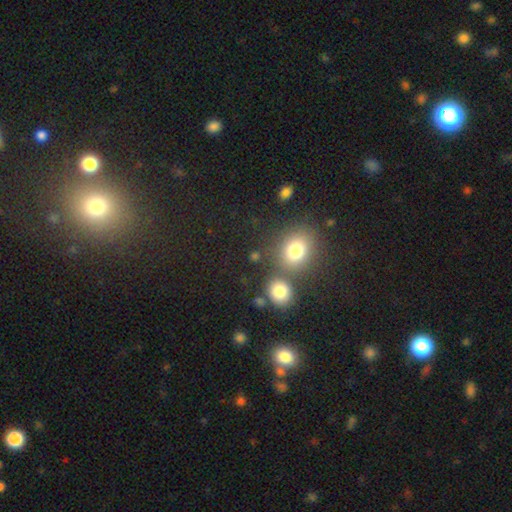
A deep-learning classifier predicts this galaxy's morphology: This is likely a smooth galaxy (75%). How rounded: likely round (65%). Merging: likely none (67%).